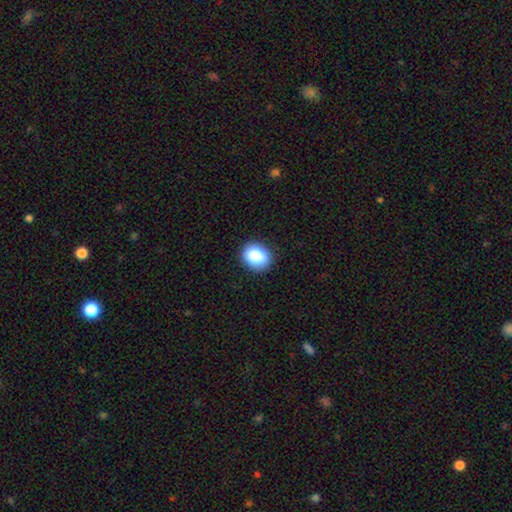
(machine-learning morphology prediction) The model was most divided on "how rounded": round: 51%, in between: 48%, cigar-shaped: 1%. More confident: merging — none (87%); smooth or featured — smooth (87%).